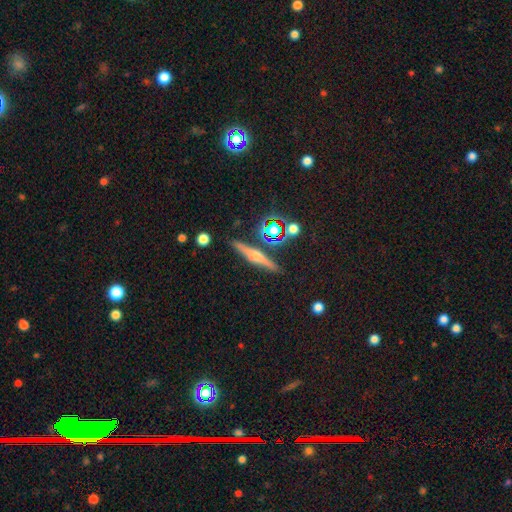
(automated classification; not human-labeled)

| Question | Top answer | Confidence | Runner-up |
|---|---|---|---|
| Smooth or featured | featured or disk | 57% | smooth (30%) |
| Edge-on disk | yes | 95% | no (5%) |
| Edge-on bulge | rounded | 82% | none (9%) |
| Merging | none | 87% | minor disturbance (8%) |